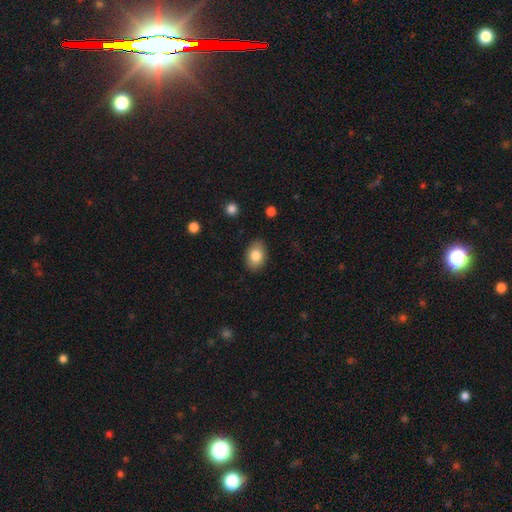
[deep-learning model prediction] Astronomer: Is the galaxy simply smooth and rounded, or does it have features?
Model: smooth — 83%.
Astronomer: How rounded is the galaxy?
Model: in between — 78%.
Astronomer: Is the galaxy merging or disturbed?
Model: none — 86%.